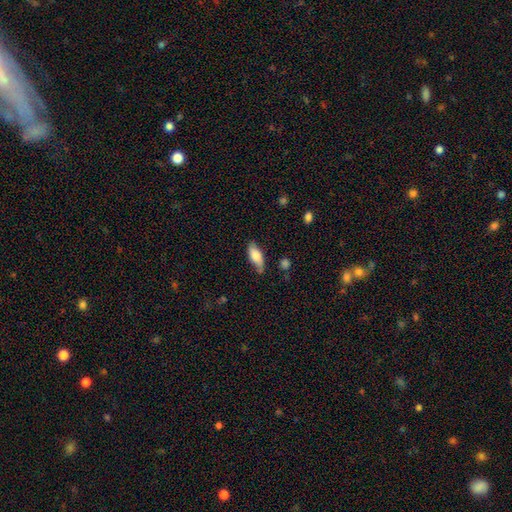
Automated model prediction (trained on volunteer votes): Smooth or featured: smooth — 70% (featured or disk — 23%)
How rounded: in between — 74% (cigar-shaped — 24%)
Merging: none — 67% (minor disturbance — 26%)